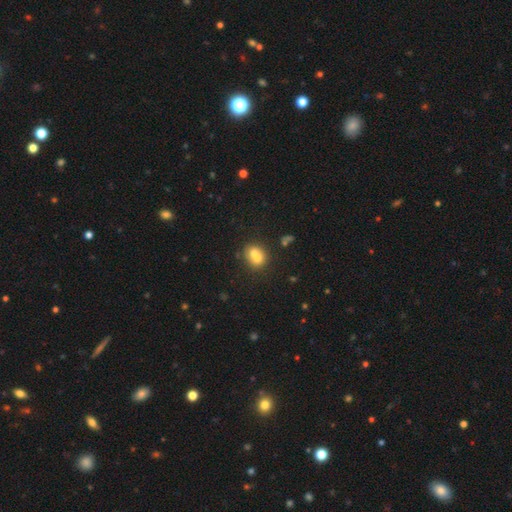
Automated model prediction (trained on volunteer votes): Smooth or featured? smooth (68%)
How rounded? round (58%)
Merging? merger (54%)